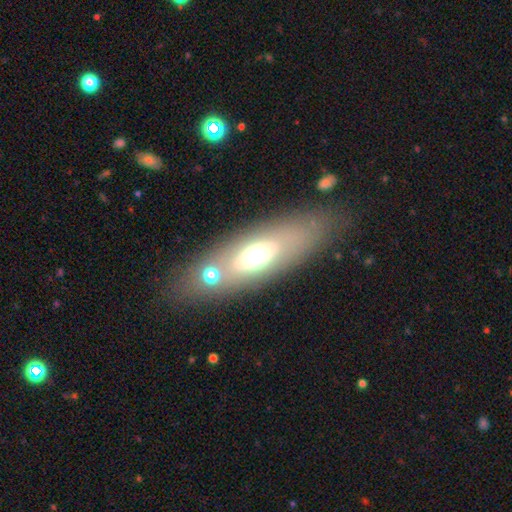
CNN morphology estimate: type=smooth (52%); roundness=in between (64%); merging=none (71%).